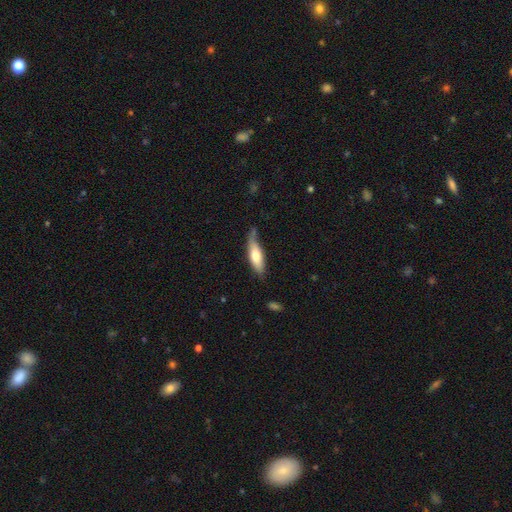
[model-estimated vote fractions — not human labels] Overall: smooth (64%; featured or disk 30%). How rounded: cigar-shaped (52%; in between 46%). Merging: none (51%; minor disturbance 34%).